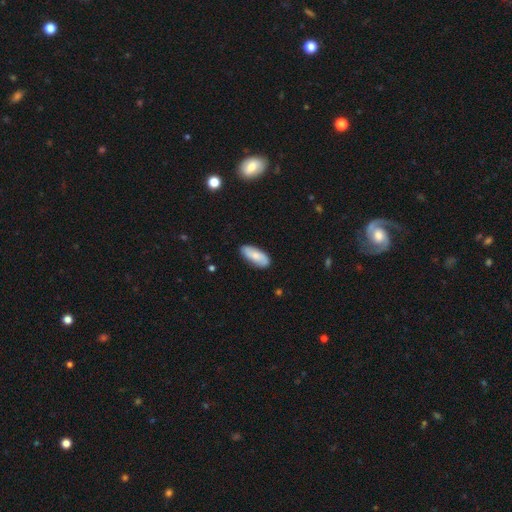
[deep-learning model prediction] Q: Smooth or featured?
A: smooth (68%); runner-up: featured or disk (26%)
Q: How rounded?
A: in between (80%); runner-up: cigar-shaped (18%)
Q: Merging?
A: none (84%); runner-up: minor disturbance (12%)